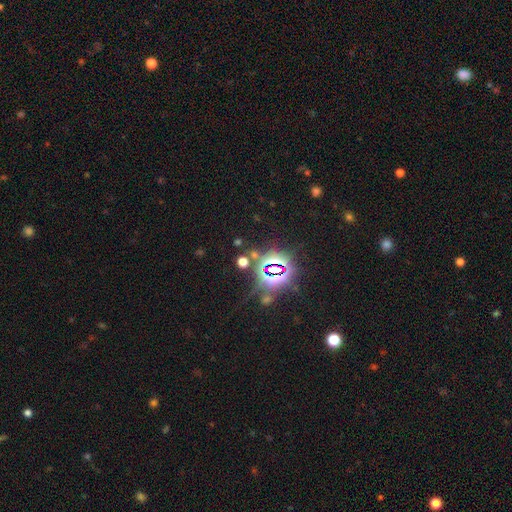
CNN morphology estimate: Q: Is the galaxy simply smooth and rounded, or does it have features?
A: star or artifact — 82%.